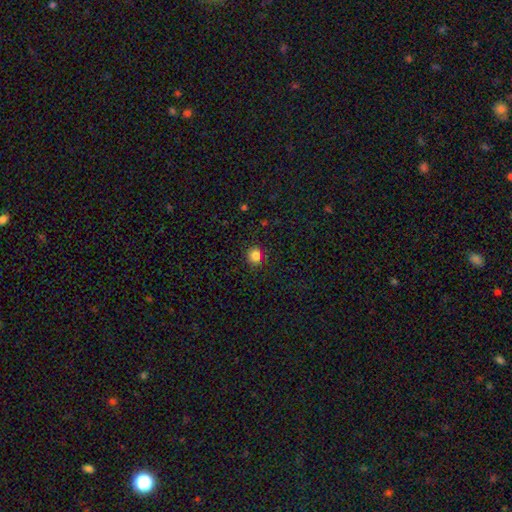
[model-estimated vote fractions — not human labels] Smooth or featured?
  - smooth: 83% *
  - star or artifact: 13%
  - featured or disk: 4%
How rounded?
  - round: 76% *
  - in between: 23%
  - cigar-shaped: 1%
Merging?
  - none: 86% *
  - minor disturbance: 10%
  - major disturbance: 3%
  - merger: 1%